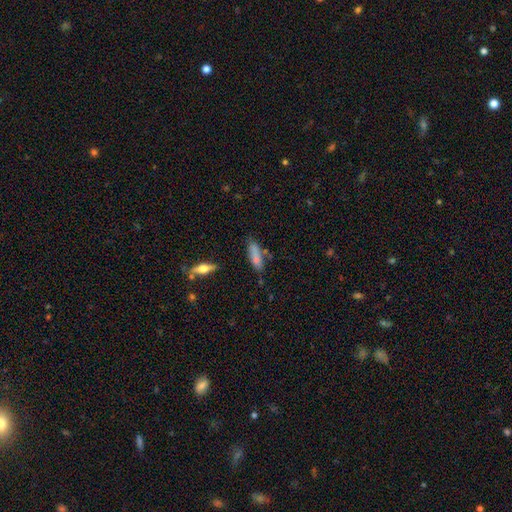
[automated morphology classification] Q: Smooth or featured?
A: smooth (72%); runner-up: featured or disk (20%)
Q: How rounded?
A: in between (53%); runner-up: cigar-shaped (45%)
Q: Merging?
A: none (62%); runner-up: minor disturbance (23%)